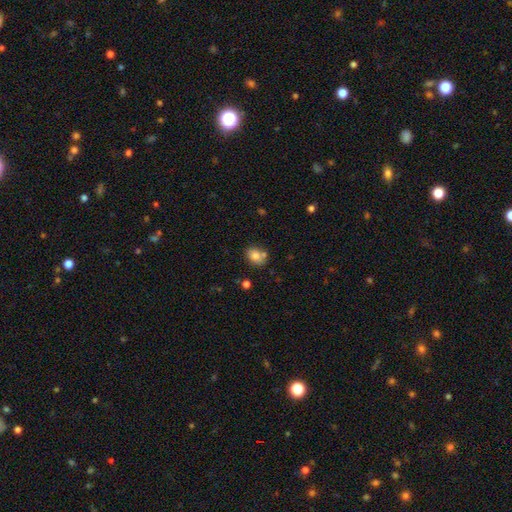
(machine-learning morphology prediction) Smooth or featured?
  - smooth: 79% *
  - featured or disk: 11%
  - star or artifact: 10%
How rounded?
  - in between: 56% *
  - round: 43%
  - cigar-shaped: 1%
Merging?
  - none: 63% *
  - merger: 17%
  - minor disturbance: 15%
  - major disturbance: 4%